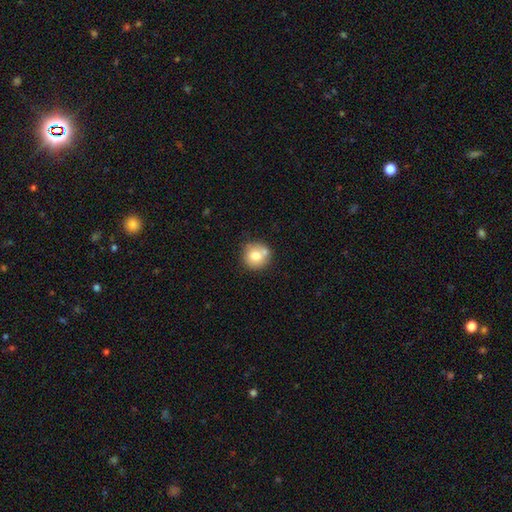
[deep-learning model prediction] Morphology: type=smooth (73%); roundness=round (91%); merging=none (66%).